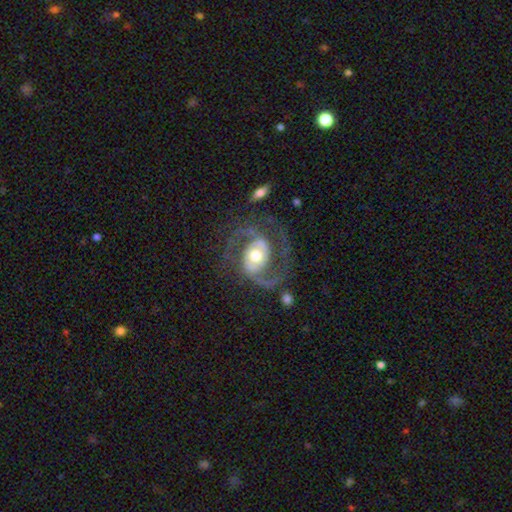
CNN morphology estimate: The model was most divided on "bar": no: 54%, weak: 31%, strong: 15%. More confident: edge-on disk — no (98%); spiral arms — yes (95%); smooth or featured — featured or disk (89%); spiral arm count — 2 (87%); merging — none (66%); bulge size — moderate (65%); spiral winding — medium (55%).